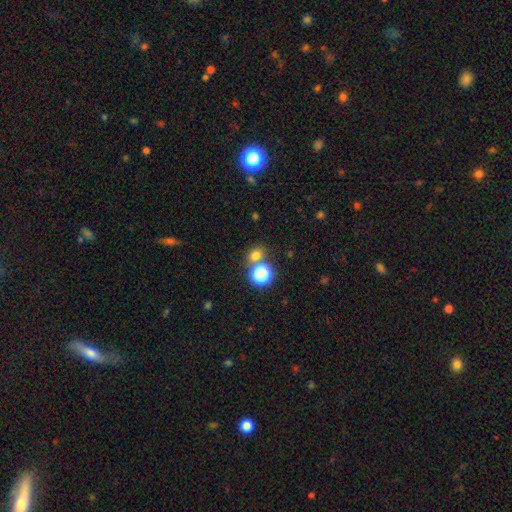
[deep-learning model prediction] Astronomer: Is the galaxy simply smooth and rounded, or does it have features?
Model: smooth — 71%.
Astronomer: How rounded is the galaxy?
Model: round — 66%.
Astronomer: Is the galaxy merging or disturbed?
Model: none — 67%.